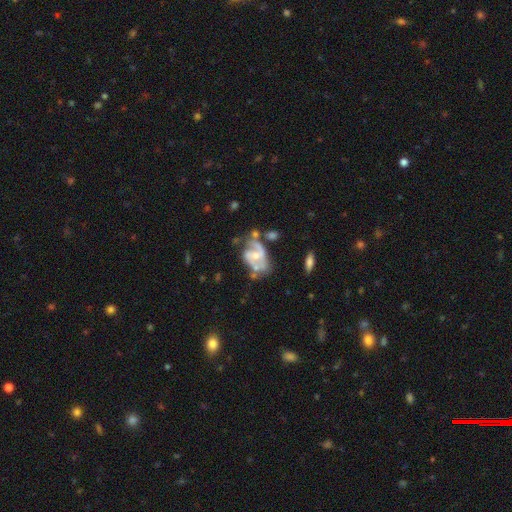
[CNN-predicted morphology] The model was most divided on "bulge size": moderate: 48%, small: 46%, none: 3%, large: 2%, dominant: 1%. Remaining: edge-on disk — no (97%); spiral arms — yes (83%); smooth or featured — featured or disk (78%); spiral arm count — 2 (70%); spiral winding — medium (47%); bar — no (44%); merging — none (38%).